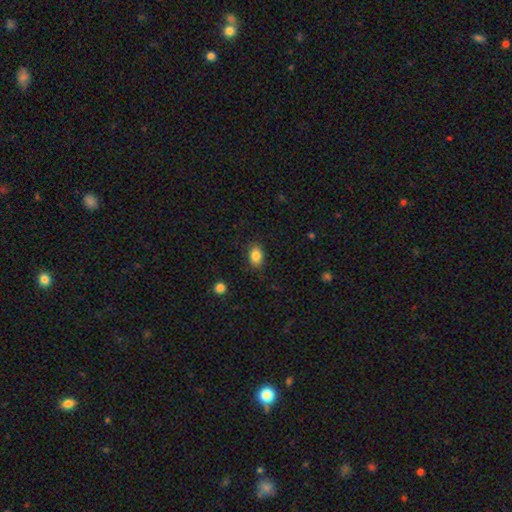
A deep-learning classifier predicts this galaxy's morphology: Q: Smooth or featured?
A: smooth (85%); runner-up: star or artifact (9%)
Q: How rounded?
A: in between (77%); runner-up: round (22%)
Q: Merging?
A: none (85%); runner-up: minor disturbance (11%)